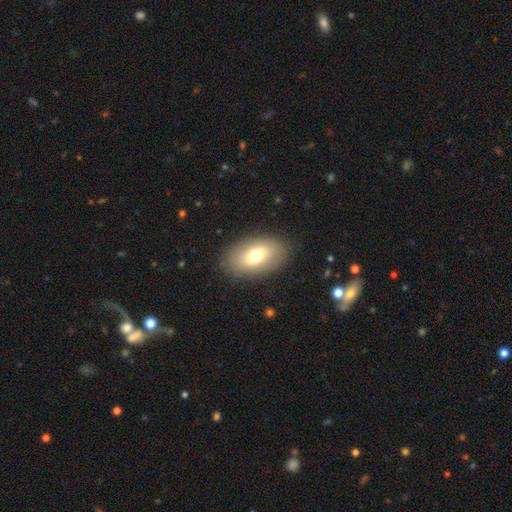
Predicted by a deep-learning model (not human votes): This appears to be a smooth galaxy with no disk features (68%) that is in between round and cigar-shaped (91%). Merging: none (85%).